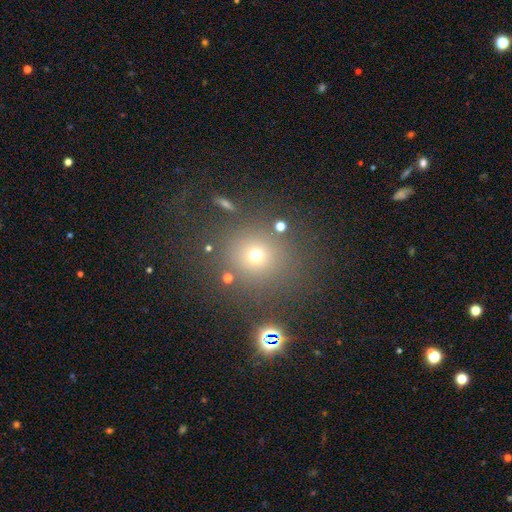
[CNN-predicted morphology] smooth 67%, star or artifact 23%, featured or disk 10%. Down the decision tree: how rounded — round (88%); merging — none (81%).